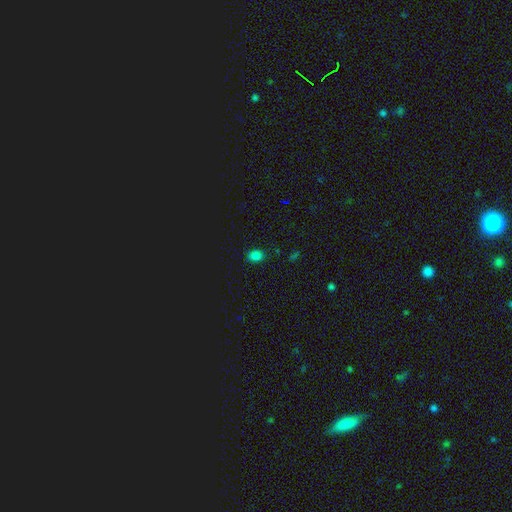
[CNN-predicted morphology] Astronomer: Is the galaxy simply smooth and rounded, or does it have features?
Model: smooth — 77%.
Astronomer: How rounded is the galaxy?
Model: in between — 58% (runner-up: round, 41%).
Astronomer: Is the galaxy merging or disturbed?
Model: none — 86%.